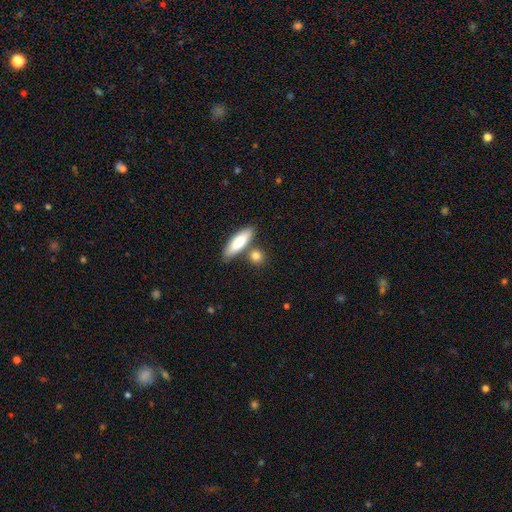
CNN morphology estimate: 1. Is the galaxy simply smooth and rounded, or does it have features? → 83% smooth, 11% featured or disk, 7% star or artifact.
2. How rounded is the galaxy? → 39% round, 35% in between, 26% cigar-shaped.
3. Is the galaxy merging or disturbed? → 70% none, 16% merger, 10% minor disturbance, 3% major disturbance.